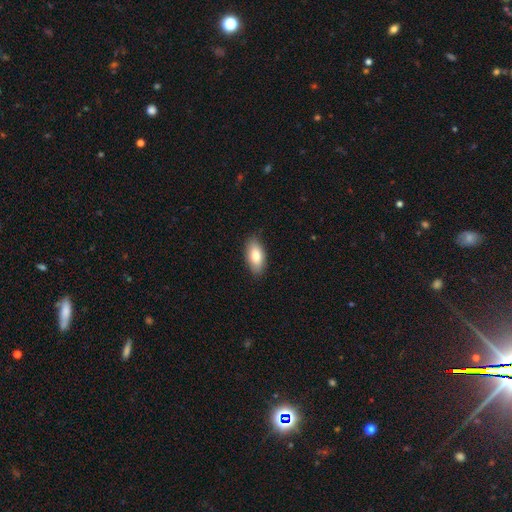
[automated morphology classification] Smooth or featured: smooth — 81% (featured or disk — 12%)
How rounded: in between — 90% (cigar-shaped — 7%)
Merging: none — 85% (minor disturbance — 12%)